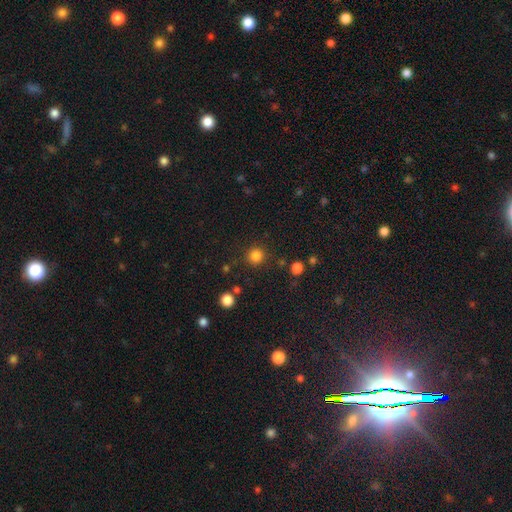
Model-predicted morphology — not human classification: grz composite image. It shows a smooth galaxy with no disk features (83%) that is round (93%). Merging: none (87%).